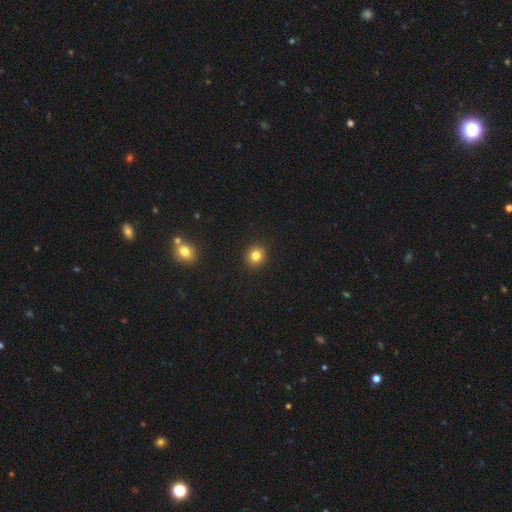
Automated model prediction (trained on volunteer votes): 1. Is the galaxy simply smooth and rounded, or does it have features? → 82% smooth, 12% star or artifact, 6% featured or disk.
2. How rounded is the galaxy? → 88% round, 11% in between, 1% cigar-shaped.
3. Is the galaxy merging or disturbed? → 92% none, 5% minor disturbance, 2% major disturbance, 1% merger.